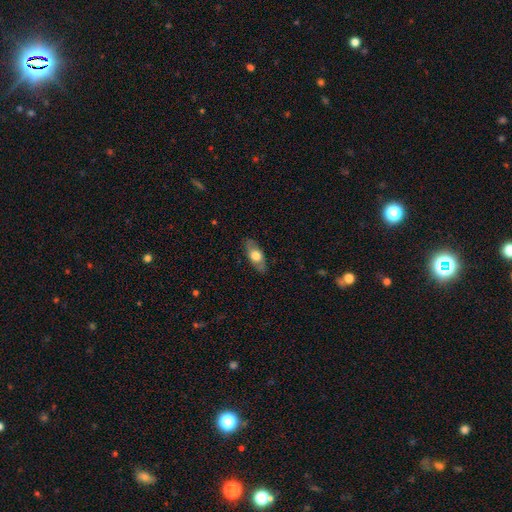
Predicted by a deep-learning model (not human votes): A smooth galaxy with no disk features (59%) that is in between round and cigar-shaped (81%). Merging: none (84%).